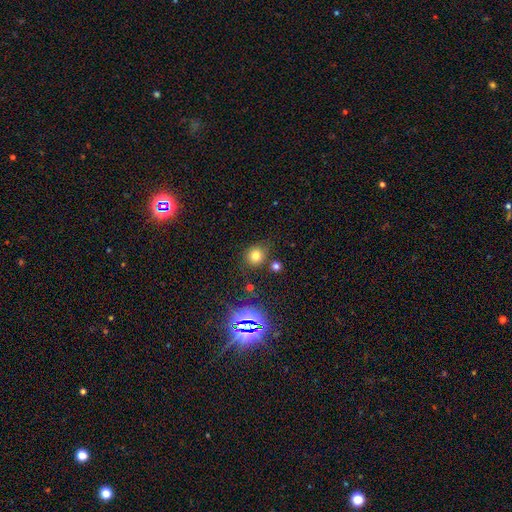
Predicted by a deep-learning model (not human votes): This is likely a smooth galaxy (72%). How rounded: clearly round (83%). Merging: likely none (78%).